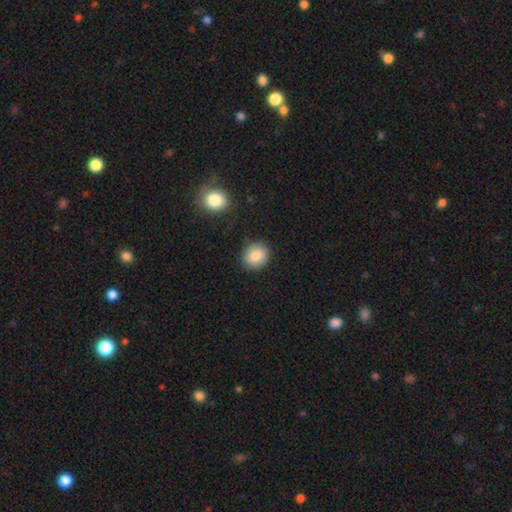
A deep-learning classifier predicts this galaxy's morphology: type=smooth (86%); roundness=round (63%); merging=none (86%).